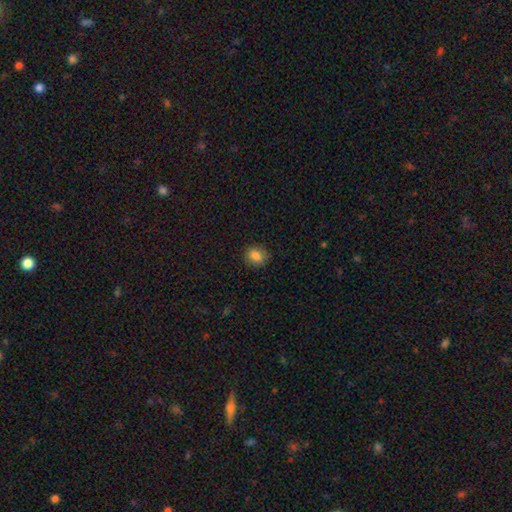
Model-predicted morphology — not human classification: smooth_or_featured: smooth (p=0.83) [alt: star or artifact p=0.10]
how_rounded: round (p=0.67) [alt: in between p=0.32]
merging: none (p=0.85) [alt: minor disturbance p=0.12]